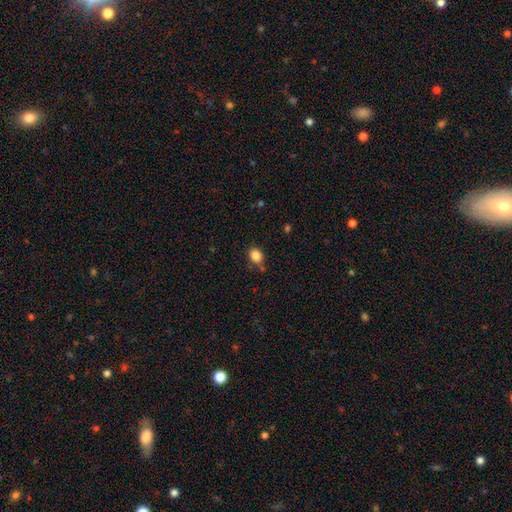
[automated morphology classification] The model was most divided on "how rounded": round: 54%, in between: 45%, cigar-shaped: 1%. More confident: smooth or featured — smooth (85%); merging — none (77%).